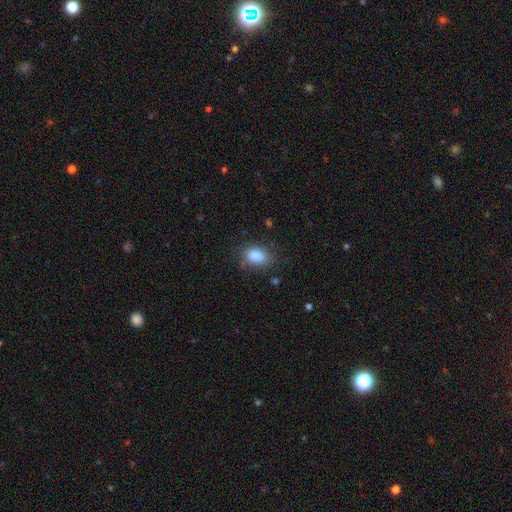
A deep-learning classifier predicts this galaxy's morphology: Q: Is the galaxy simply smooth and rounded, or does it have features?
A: smooth — 87%.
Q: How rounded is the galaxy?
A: in between — 81%.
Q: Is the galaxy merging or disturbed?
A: none — 77%.